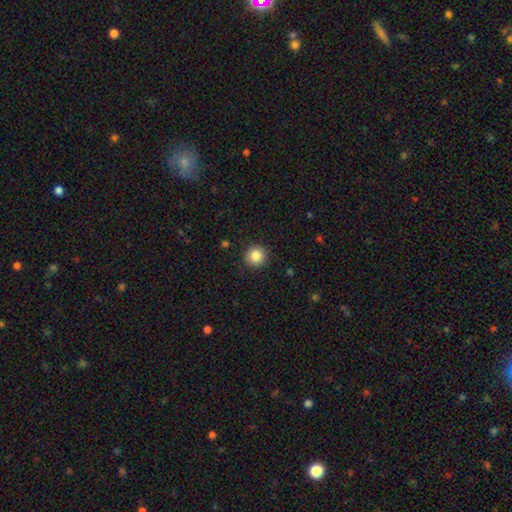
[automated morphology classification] Overall: smooth (86%). How rounded: round (94%). Merging: none (90%).